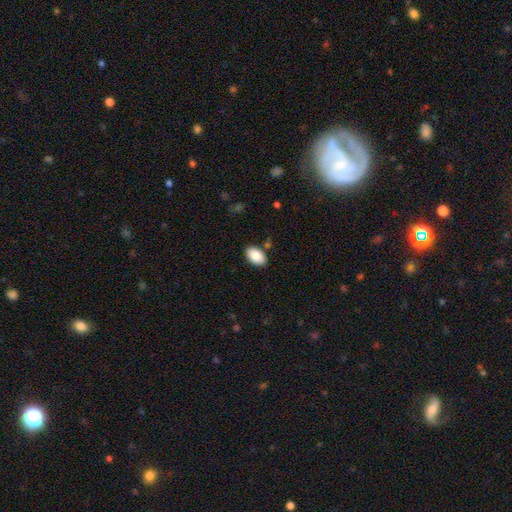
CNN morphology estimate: A smooth galaxy with no disk features (89%) that is in between round and cigar-shaped (93%). Merging: none (84%).